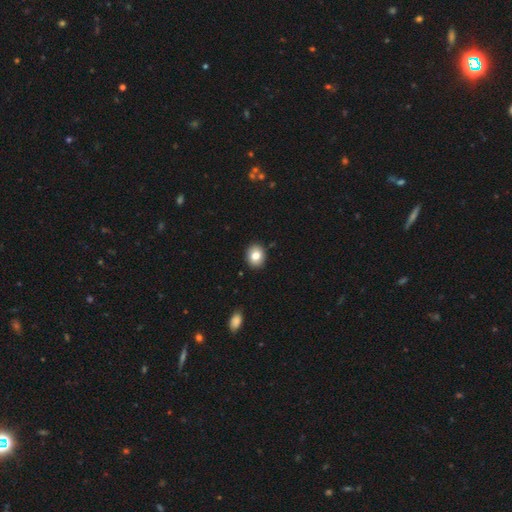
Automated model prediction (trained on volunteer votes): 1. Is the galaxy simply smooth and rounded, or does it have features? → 82% smooth, 9% featured or disk, 9% star or artifact.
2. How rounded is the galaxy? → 59% round, 40% in between, 1% cigar-shaped.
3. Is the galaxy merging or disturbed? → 90% none, 7% minor disturbance, 2% major disturbance, 1% merger.